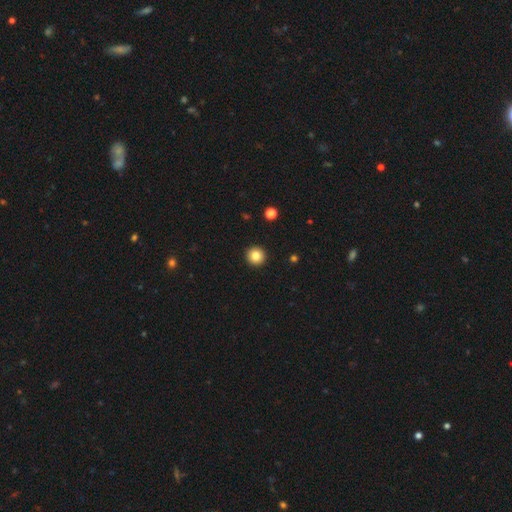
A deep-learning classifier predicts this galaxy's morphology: Smooth or featured? smooth (83%)
How rounded? round (96%)
Merging? none (93%)